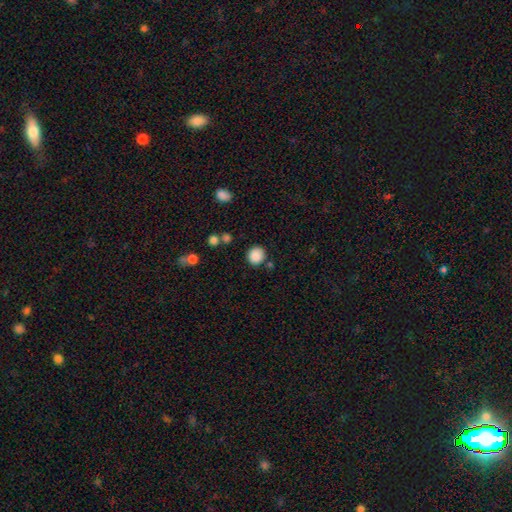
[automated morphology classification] A smooth galaxy with no disk features (87%) that is round (84%). Merging: none (81%).